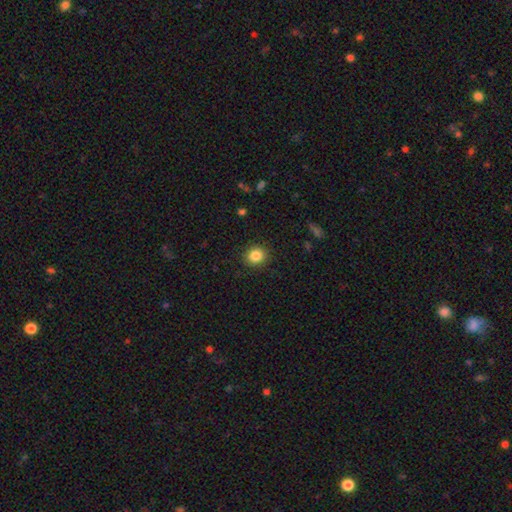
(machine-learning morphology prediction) Smooth or featured? smooth (84%)
How rounded? round (84%)
Merging? none (90%)